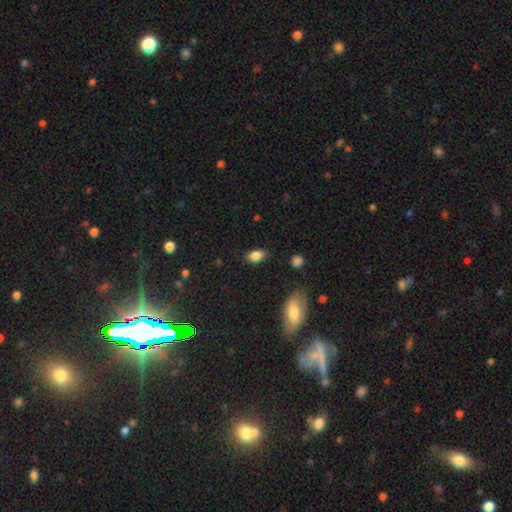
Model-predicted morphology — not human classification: The model was most divided on "merging": none: 82%, minor disturbance: 13%, major disturbance: 3%, merger: 2%. More confident: how rounded — in between (88%); smooth or featured — smooth (85%).